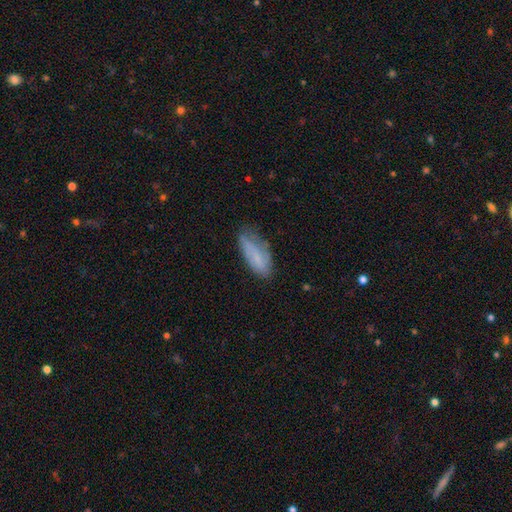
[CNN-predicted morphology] Smooth or featured: smooth — 68% (featured or disk — 24%)
How rounded: in between — 76% (cigar-shaped — 22%)
Merging: none — 54% (minor disturbance — 33%)